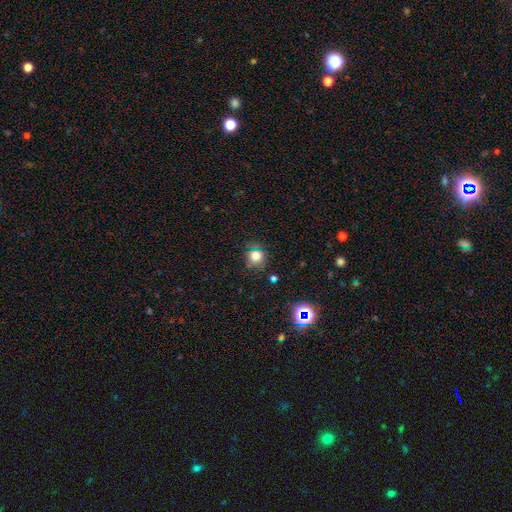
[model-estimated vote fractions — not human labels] smooth 74%, star or artifact 18%, featured or disk 8%. Down the decision tree: how rounded — round (87%); merging — none (80%).